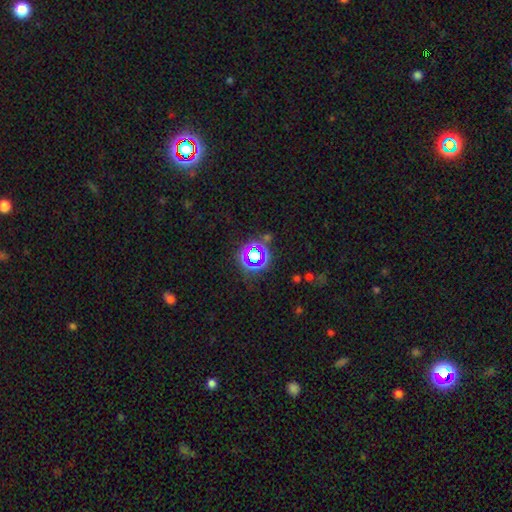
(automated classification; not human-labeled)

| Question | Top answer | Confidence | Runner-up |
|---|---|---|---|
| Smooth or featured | star or artifact | 62% | smooth (26%) |